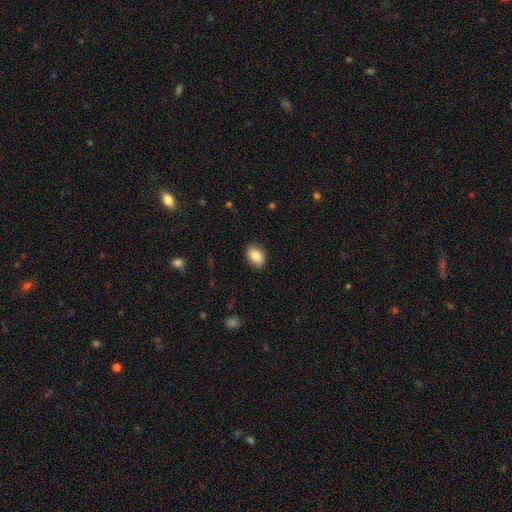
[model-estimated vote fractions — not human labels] A smooth galaxy with no disk features (83%) that is in between round and cigar-shaped (87%).

Vote fractions:
- Smooth or featured? smooth: 83% / featured or disk: 10% / star or artifact: 7%
- How rounded? in between: 87% / round: 12% / cigar-shaped: 2%
- Merging? none: 85% / minor disturbance: 12% / major disturbance: 2% / merger: 1%